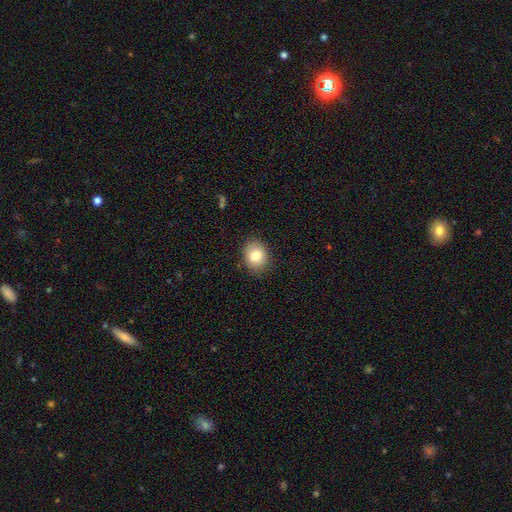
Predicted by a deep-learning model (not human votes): This appears to be a smooth galaxy with no disk features (80%) that is round (62%). Merging: none (86%).